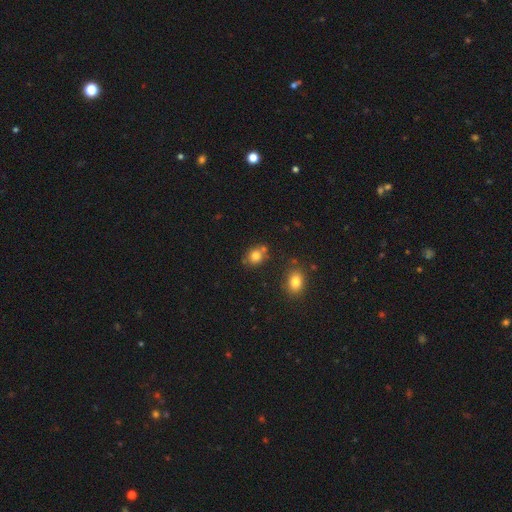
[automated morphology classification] type=smooth (79%); roundness=round (67%); merging=none (66%).